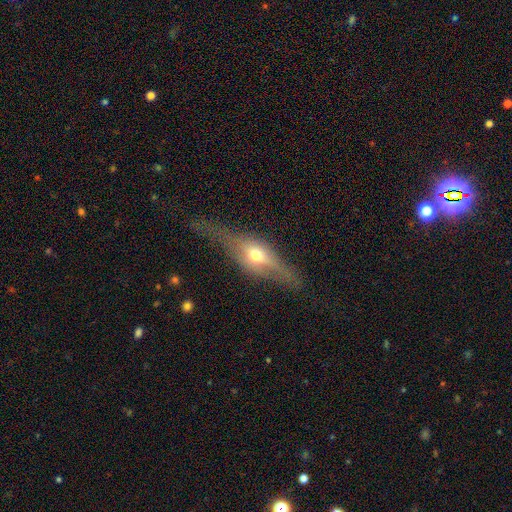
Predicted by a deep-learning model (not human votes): A featured or disk galaxy (66%) viewed edge-on (89%) with a rounded central bulge (91%). Merging: none (69%).